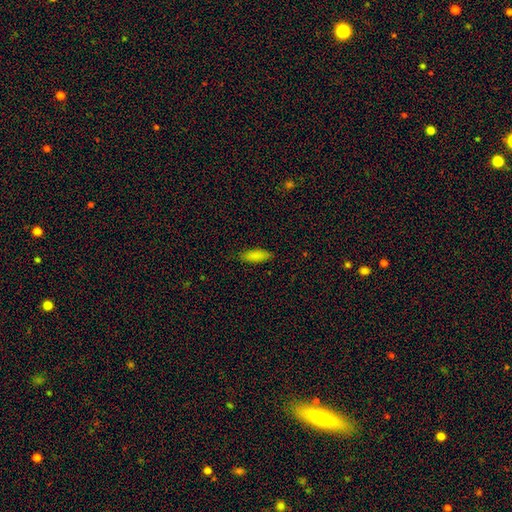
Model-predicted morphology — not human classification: Smooth or featured? smooth (86%)
How rounded? in between (65%)
Merging? none (85%)